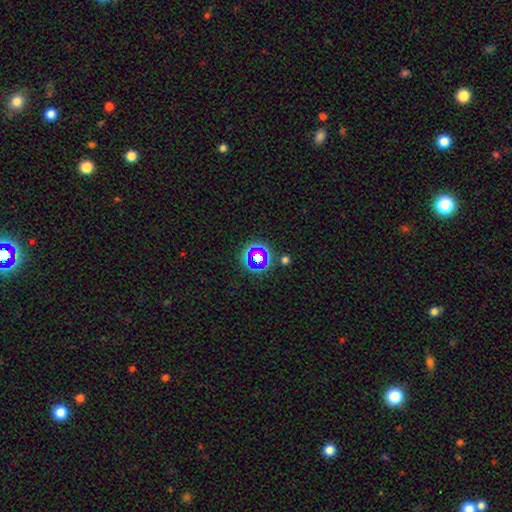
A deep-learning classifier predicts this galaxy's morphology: Q: Smooth or featured?
A: star or artifact (47%); runner-up: smooth (36%)